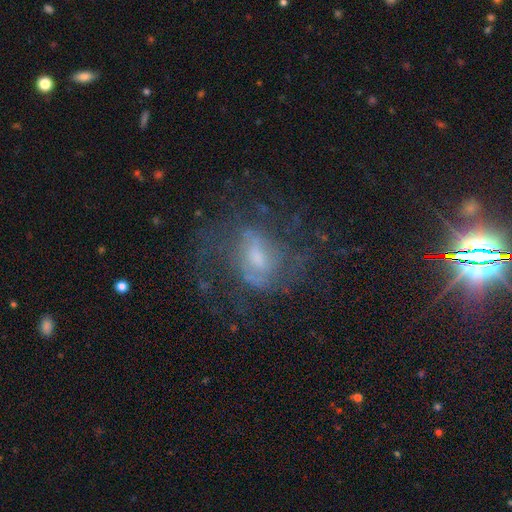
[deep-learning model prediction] smooth-or-featured: featured or disk: 70% | smooth: 17% | star or artifact: 12%
  disk-edge-on: no: 96% | yes: 4%
    bar: weak: 48% | no: 38% | strong: 13%
    has-spiral-arms: yes: 76% | no: 24%
      spiral-winding: medium: 44% | loose: 29% | tight: 27%
      spiral-arm-count: can't tell: 39% | 2: 37% | 3: 9% | 1: 8% | 4: 4% | more than 4: 3%
    bulge-size: moderate: 44% | small: 37% | none: 10% | large: 8% | dominant: 1%
  merging: none: 55% | major disturbance: 24% | minor disturbance: 18% | merger: 2%